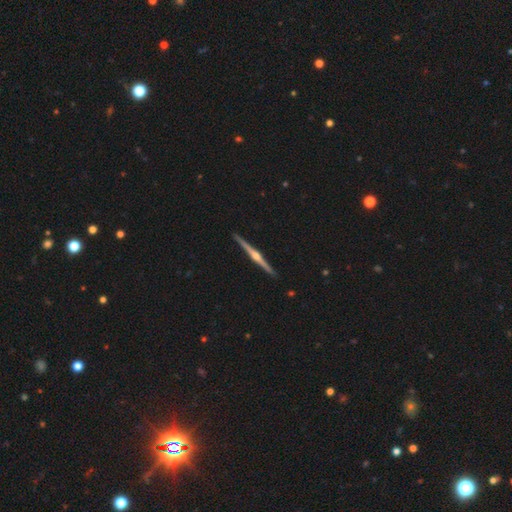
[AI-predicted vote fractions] Smooth or featured: featured or disk — 87% (smooth — 9%)
Edge-on disk: yes — 99% (no — 1%)
Edge-on bulge: rounded — 93% (boxy — 4%)
Merging: none — 93% (minor disturbance — 5%)